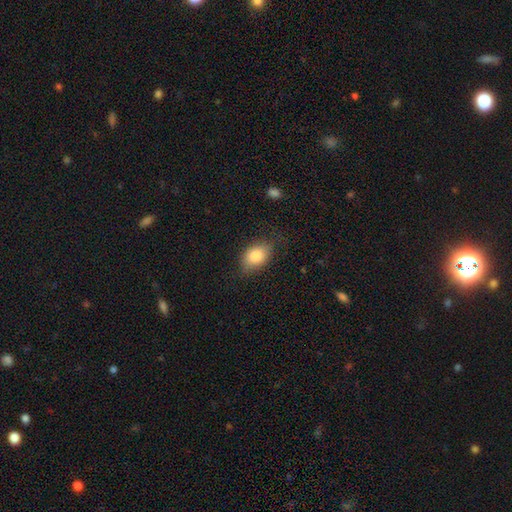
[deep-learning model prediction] Smooth or featured: smooth — 81% (featured or disk — 11%)
How rounded: in between — 82% (round — 16%)
Merging: none — 72% (minor disturbance — 21%)